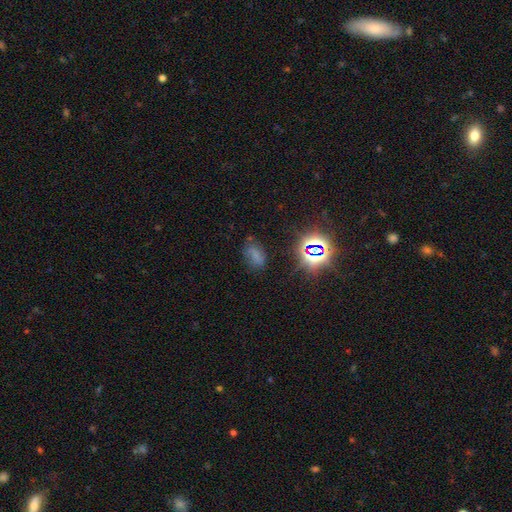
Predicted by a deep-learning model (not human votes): smooth 53%, star or artifact 32%, featured or disk 15%. Down the decision tree: how rounded — in between (84%); merging — none (64%).